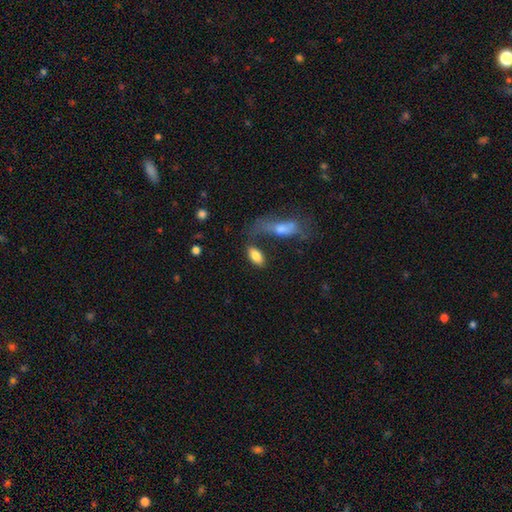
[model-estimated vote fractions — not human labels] This is clearly a smooth galaxy (83%). How rounded: clearly in between (90%). Merging: possibly none (57%).